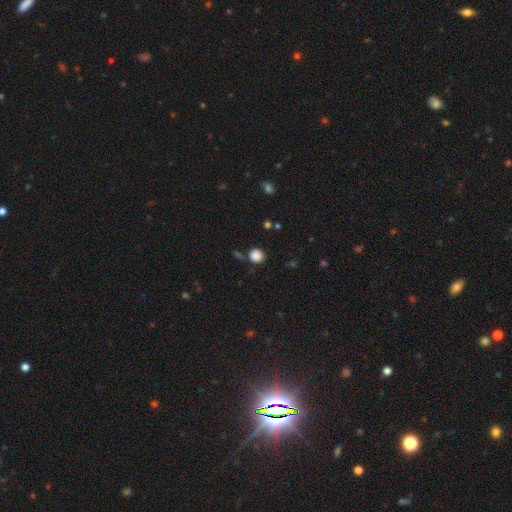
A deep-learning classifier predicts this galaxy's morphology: The model was most divided on "merging": none: 80%, minor disturbance: 10%, merger: 7%, major disturbance: 4%. More confident: how rounded — round (89%); smooth or featured — smooth (85%).